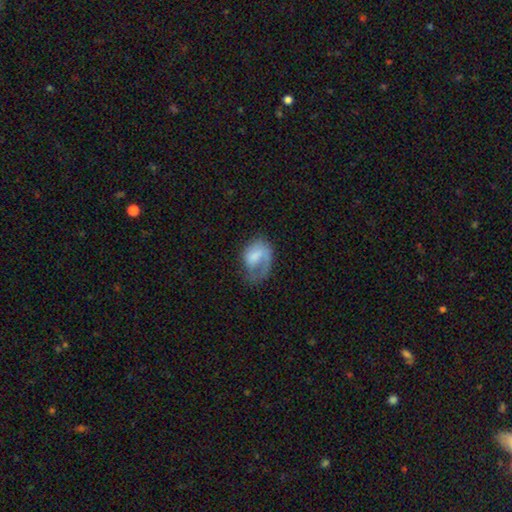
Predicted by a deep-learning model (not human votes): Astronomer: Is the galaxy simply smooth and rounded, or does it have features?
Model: smooth — 53% (runner-up: featured or disk, 40%).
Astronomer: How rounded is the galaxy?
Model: in between — 75%.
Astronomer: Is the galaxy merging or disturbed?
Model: major disturbance — 42% (runner-up: none, 31%).